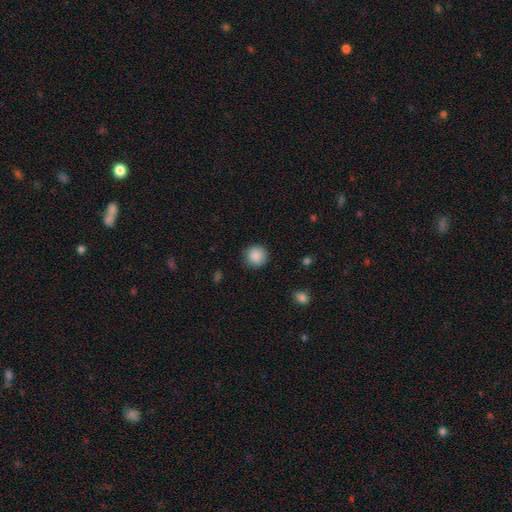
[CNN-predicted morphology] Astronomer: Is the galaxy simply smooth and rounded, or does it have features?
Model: smooth — 89%.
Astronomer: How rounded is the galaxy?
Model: round — 94%.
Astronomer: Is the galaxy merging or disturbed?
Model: none — 90%.